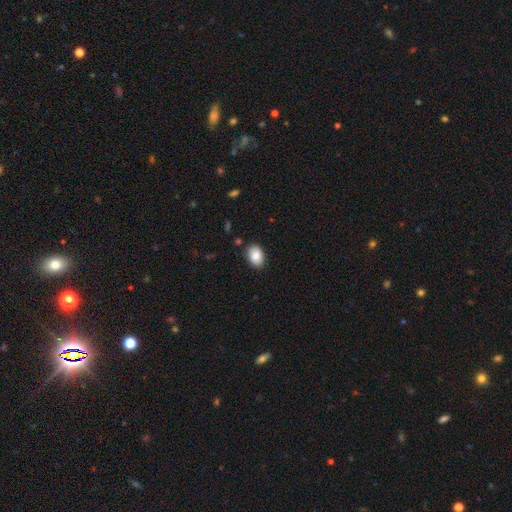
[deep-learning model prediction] This is clearly a smooth galaxy (87%). How rounded: clearly in between (84%). Merging: clearly none (86%).